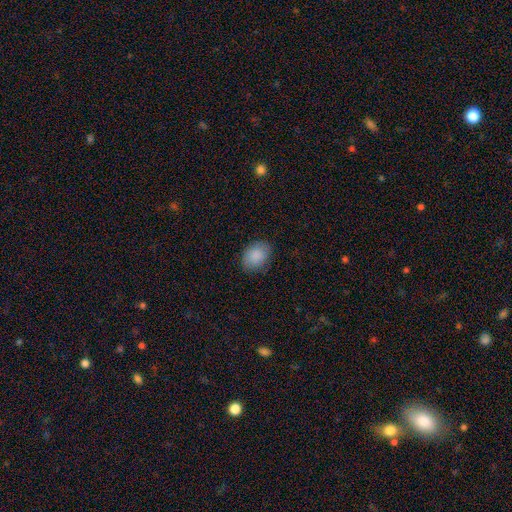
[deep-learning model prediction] This is clearly a smooth galaxy (88%). How rounded: likely in between (63%). Merging: clearly none (82%).